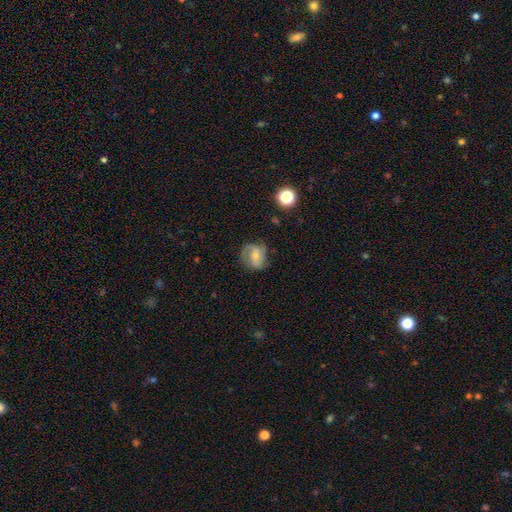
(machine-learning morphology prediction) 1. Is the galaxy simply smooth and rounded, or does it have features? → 53% featured or disk, 38% smooth, 9% star or artifact.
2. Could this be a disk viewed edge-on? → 97% no, 3% yes.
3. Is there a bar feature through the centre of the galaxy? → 47% no, 38% weak, 15% strong.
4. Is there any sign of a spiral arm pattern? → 84% yes, 16% no.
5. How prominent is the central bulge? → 50% small, 41% moderate, 5% none, 3% large, 1% dominant.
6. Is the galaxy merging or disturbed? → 60% none, 25% minor disturbance, 13% major disturbance, 2% merger.